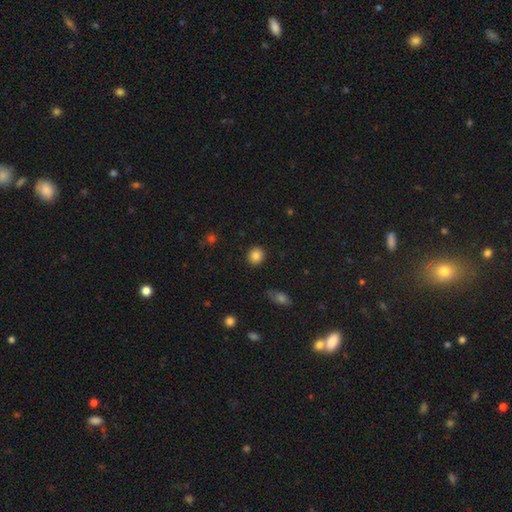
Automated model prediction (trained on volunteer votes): Smooth or featured?
  - smooth: 85% *
  - star or artifact: 10%
  - featured or disk: 5%
How rounded?
  - round: 81% *
  - in between: 18%
  - cigar-shaped: 1%
Merging?
  - none: 90% *
  - minor disturbance: 6%
  - major disturbance: 2%
  - merger: 1%